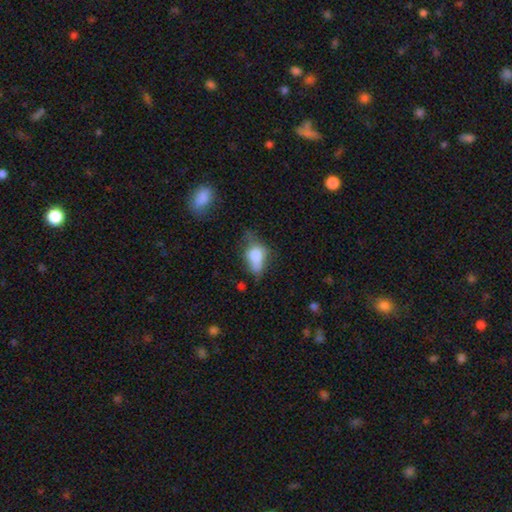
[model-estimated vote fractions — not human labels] A smooth galaxy with no disk features (70%) that is in between round and cigar-shaped (78%). Merging: minor disturbance (34%).